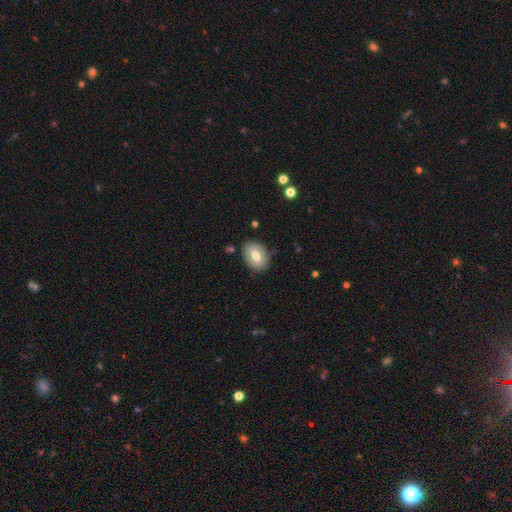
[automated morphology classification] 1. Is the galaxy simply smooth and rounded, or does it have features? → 73% smooth, 20% featured or disk, 8% star or artifact.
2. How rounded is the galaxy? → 75% in between, 24% round, 1% cigar-shaped.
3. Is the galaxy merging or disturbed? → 84% none, 12% minor disturbance, 3% major disturbance, 2% merger.